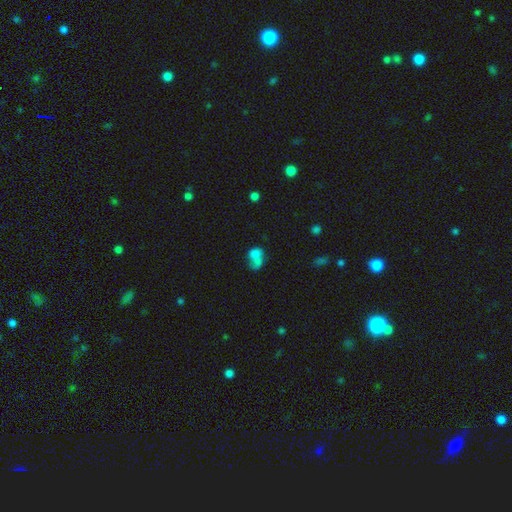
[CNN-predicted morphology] This is likely a smooth galaxy (66%). How rounded: likely in between (61%). Merging: possibly merger (51%).